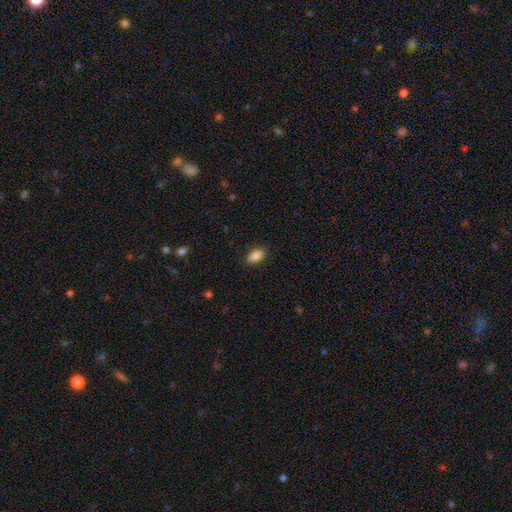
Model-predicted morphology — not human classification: smooth 87%, star or artifact 8%, featured or disk 6%. Down the decision tree: how rounded — in between (92%); merging — none (87%).